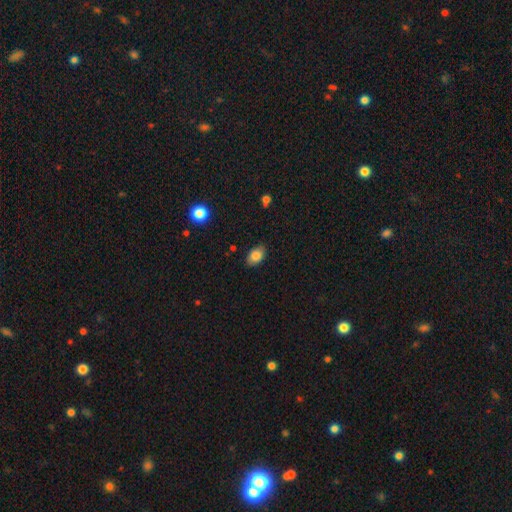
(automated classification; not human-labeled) This is clearly a smooth galaxy (85%). How rounded: clearly in between (88%). Merging: clearly none (84%).